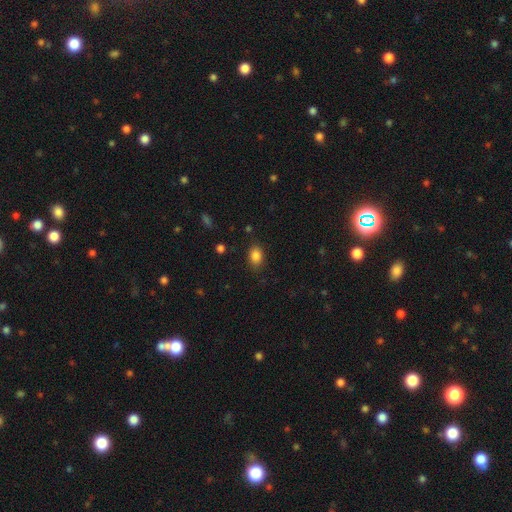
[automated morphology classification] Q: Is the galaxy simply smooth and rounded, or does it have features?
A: smooth — 85%.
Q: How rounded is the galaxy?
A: in between — 76%.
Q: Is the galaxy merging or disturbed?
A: none — 83%.